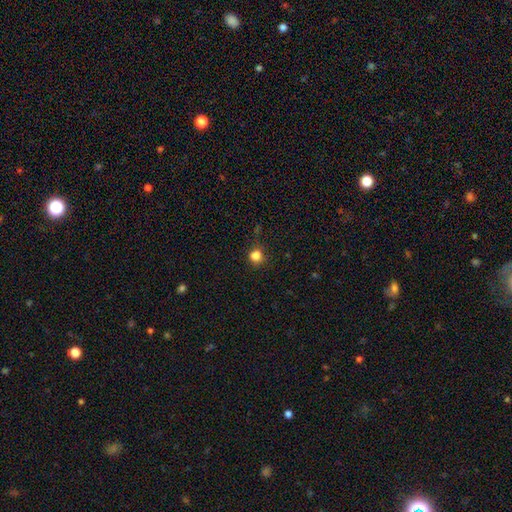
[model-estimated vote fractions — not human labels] A smooth galaxy with no disk features (83%) that is round (91%). Merging: none (85%).